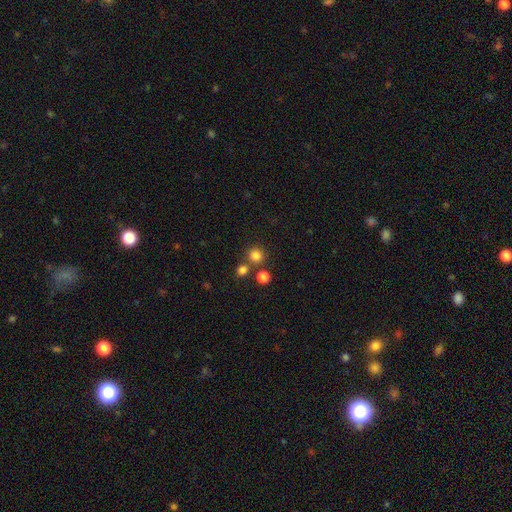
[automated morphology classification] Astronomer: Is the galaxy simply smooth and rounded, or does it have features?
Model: smooth — 80%.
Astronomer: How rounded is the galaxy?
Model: round — 92%.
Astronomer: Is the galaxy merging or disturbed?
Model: none — 74%.